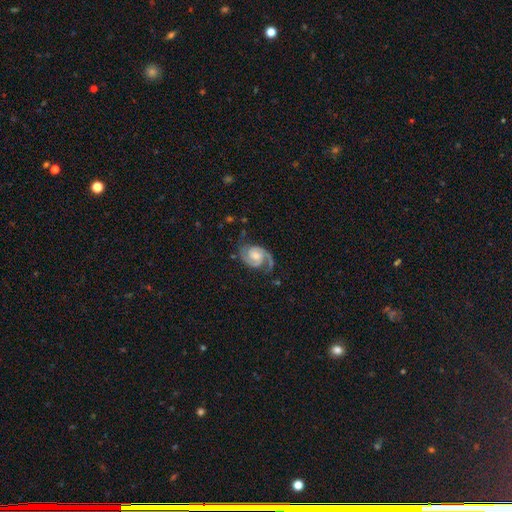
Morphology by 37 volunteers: smooth-or-featured: featured or disk: 95% | smooth: 3% | star or artifact: 3%
  disk-edge-on: no: 97% | yes: 3%
    bar: no: 56% | weak: 35% | strong: 9%
    has-spiral-arms: yes: 97% | no: 3%
      spiral-winding: medium: 42% | tight: 39% | loose: 18%
      spiral-arm-count: 2: 94% | 1: 6% | 3: 0% | 4: 0% | more than 4: 0% | can't tell: 0%
    bulge-size: small: 44% | moderate: 38% | large: 12% | none: 6% | dominant: 0%
  merging: none: 53% | minor disturbance: 33% | merger: 8% | major disturbance: 6%